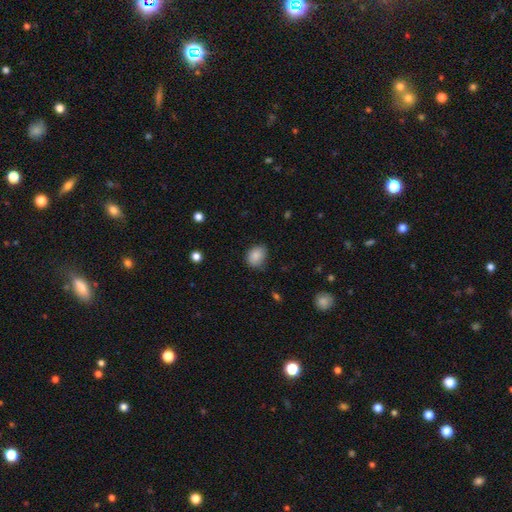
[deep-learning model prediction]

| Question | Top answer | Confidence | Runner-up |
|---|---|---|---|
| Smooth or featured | smooth | 86% | star or artifact (9%) |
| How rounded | in between | 55% | round (44%) |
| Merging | none | 72% | minor disturbance (23%) |